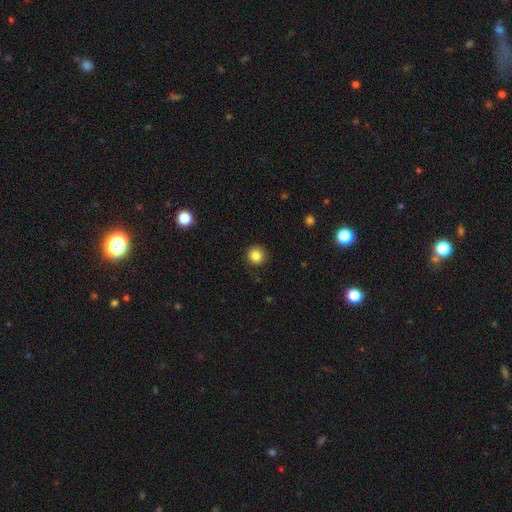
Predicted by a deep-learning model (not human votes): Smooth or featured?
  - smooth: 85% *
  - star or artifact: 11%
  - featured or disk: 4%
How rounded?
  - round: 94% *
  - in between: 5%
  - cigar-shaped: 1%
Merging?
  - none: 91% *
  - minor disturbance: 6%
  - major disturbance: 2%
  - merger: 1%